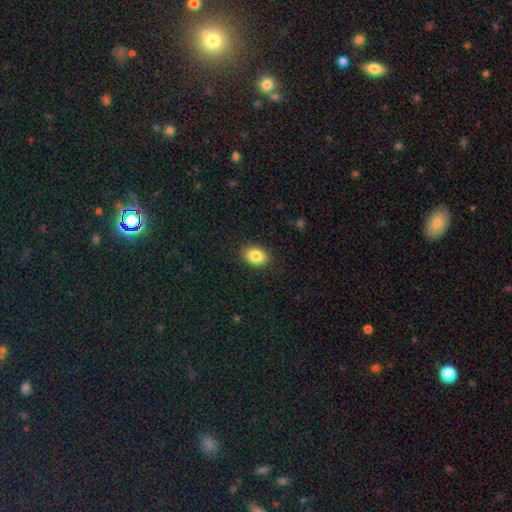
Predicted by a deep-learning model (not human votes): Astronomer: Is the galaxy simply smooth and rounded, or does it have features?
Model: smooth — 85%.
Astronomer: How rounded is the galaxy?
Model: in between — 72%.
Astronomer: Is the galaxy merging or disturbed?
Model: none — 88%.